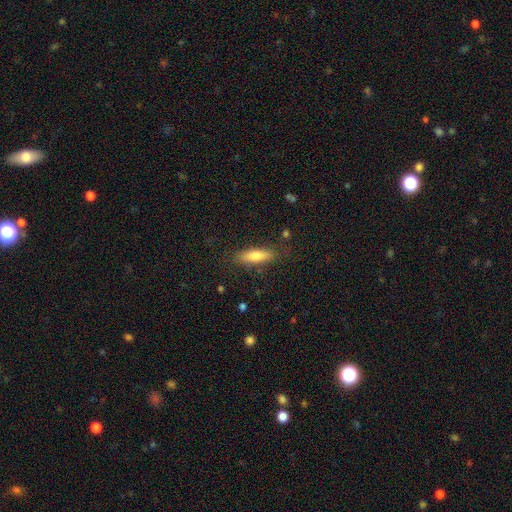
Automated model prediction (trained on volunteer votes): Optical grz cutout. It shows a smooth galaxy with no disk features (73%) that is cigar-shaped (58%). Merging: none (83%).